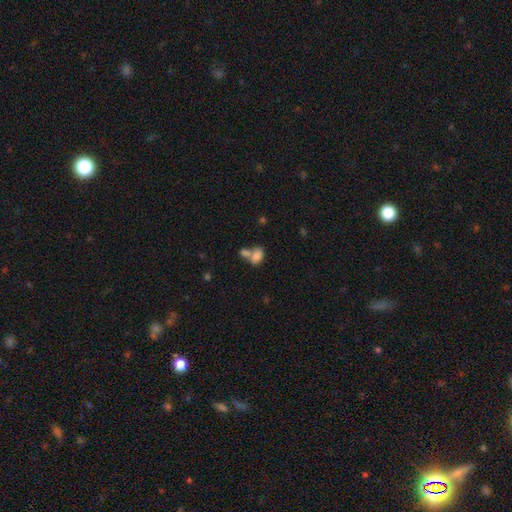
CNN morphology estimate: smooth_or_featured: smooth (p=0.78) [alt: featured or disk p=0.11]
how_rounded: in between (p=0.86) [alt: round p=0.12]
merging: merger (p=0.58) [alt: none p=0.26]